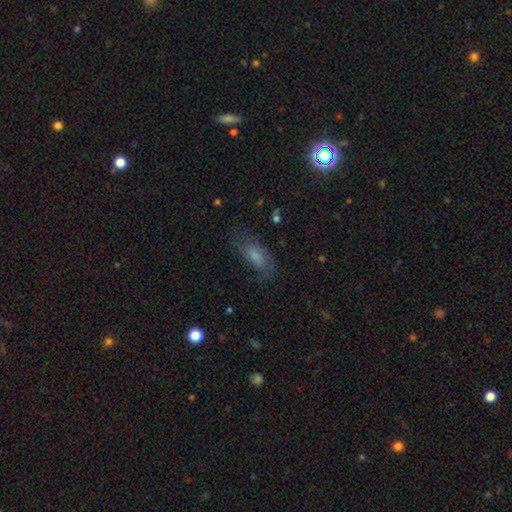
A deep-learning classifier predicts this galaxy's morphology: Smooth or featured? smooth (54%)
How rounded? in between (82%)
Merging? none (65%)